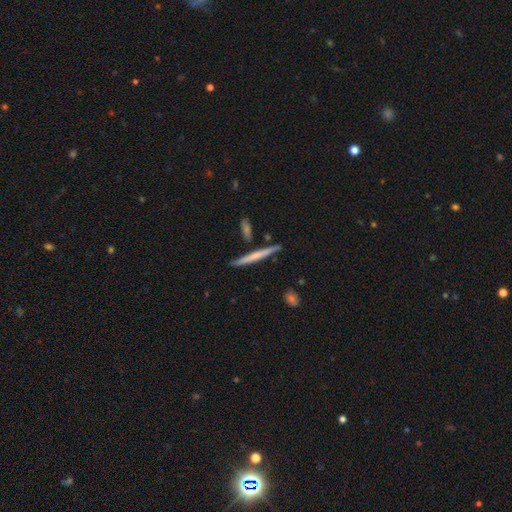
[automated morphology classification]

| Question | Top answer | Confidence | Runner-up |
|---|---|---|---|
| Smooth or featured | featured or disk | 49% | smooth (46%) |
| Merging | none | 85% | minor disturbance (9%) |